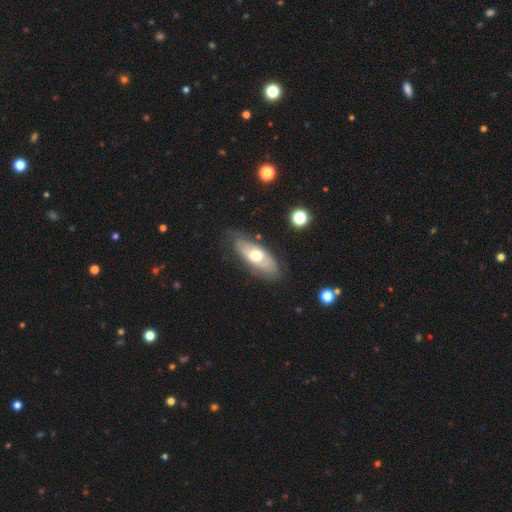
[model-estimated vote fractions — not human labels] A smooth galaxy with no disk features (50%) that is in between round and cigar-shaped (80%).

Vote fractions:
- Smooth or featured? smooth: 50% / featured or disk: 43% / star or artifact: 7%
- How rounded? in between: 80% / cigar-shaped: 17% / round: 3%
- Merging? none: 66% / minor disturbance: 24% / major disturbance: 8% / merger: 2%